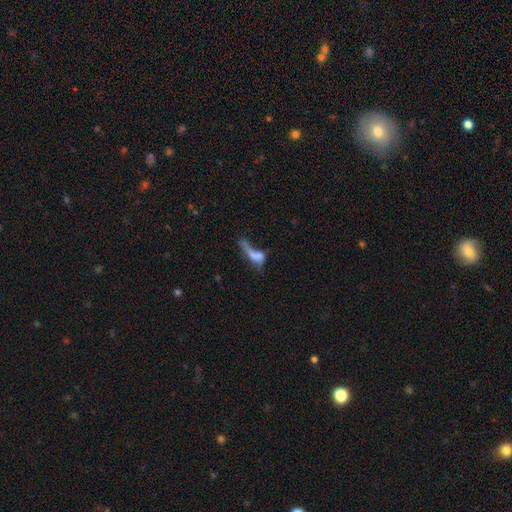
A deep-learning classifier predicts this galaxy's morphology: Smooth or featured? Predicted: smooth (p=0.56). How rounded? Predicted: in between (p=0.51). Merging? Predicted: major disturbance (p=0.40).